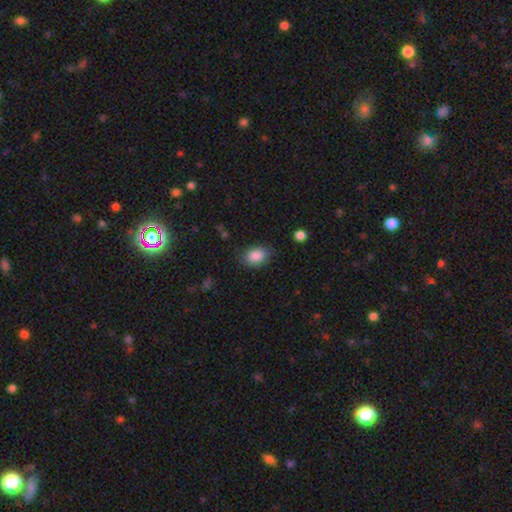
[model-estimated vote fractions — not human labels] smooth_or_featured: smooth (p=0.87) [alt: star or artifact p=0.08]
how_rounded: in between (p=0.77) [alt: round p=0.22]
merging: none (p=0.79) [alt: minor disturbance p=0.15]